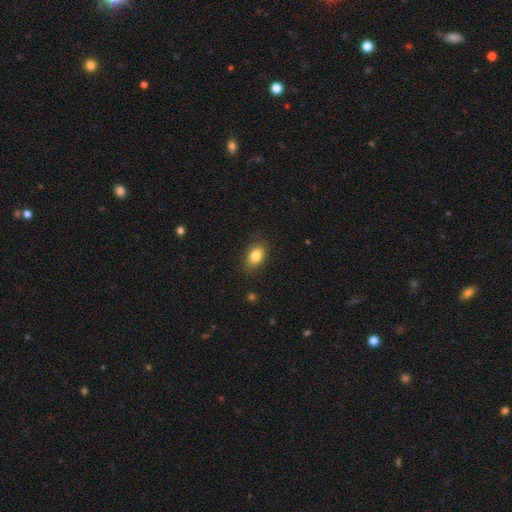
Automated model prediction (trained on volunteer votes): A smooth galaxy with no disk features (82%) that is in between round and cigar-shaped (85%).

Vote fractions:
- Smooth or featured? smooth: 82% / featured or disk: 9% / star or artifact: 8%
- How rounded? in between: 85% / round: 13% / cigar-shaped: 2%
- Merging? none: 83% / minor disturbance: 13% / major disturbance: 3% / merger: 1%